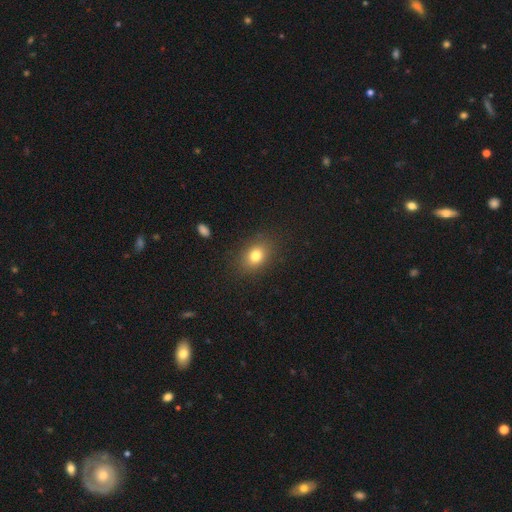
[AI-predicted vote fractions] A smooth galaxy with no disk features (79%) that is in between round and cigar-shaped (62%).

Vote fractions:
- Smooth or featured? smooth: 79% / star or artifact: 11% / featured or disk: 9%
- How rounded? in between: 62% / round: 37% / cigar-shaped: 1%
- Merging? none: 86% / minor disturbance: 10% / major disturbance: 3% / merger: 1%